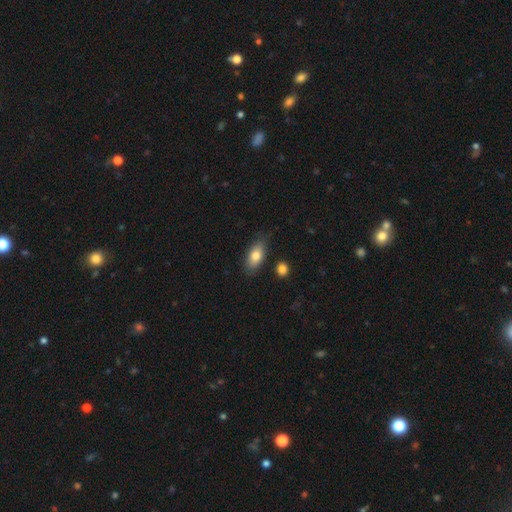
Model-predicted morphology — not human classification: The model was most divided on "smooth or featured": smooth: 78%, featured or disk: 15%, star or artifact: 7%. More confident: how rounded — in between (86%); merging — none (79%).